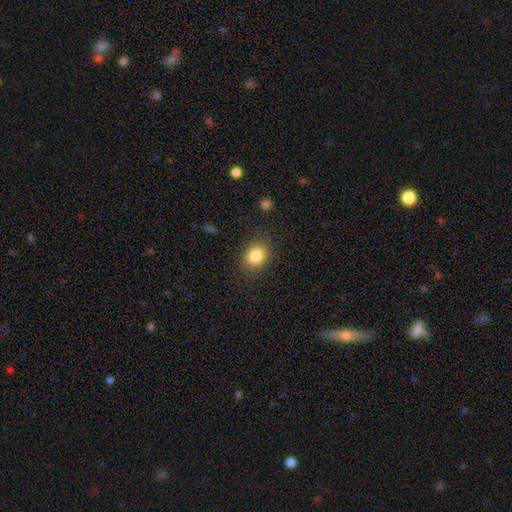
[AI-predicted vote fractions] smooth 83%, star or artifact 10%, featured or disk 7%. Down the decision tree: how rounded — in between (52%); merging — none (84%).